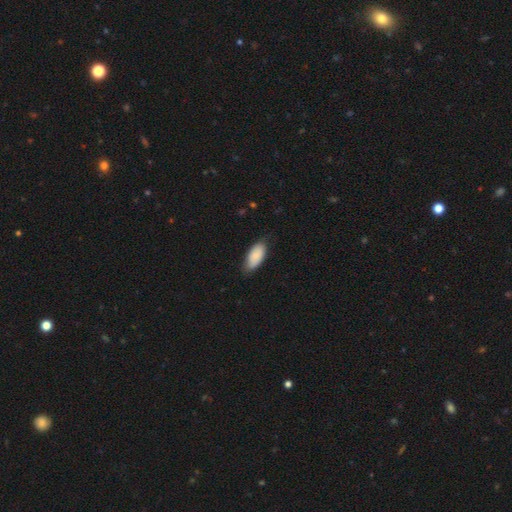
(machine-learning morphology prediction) smooth-or-featured: smooth: 85% | featured or disk: 9% | star or artifact: 6%
  how-rounded: in between: 90% | cigar-shaped: 8% | round: 2%
  merging: none: 71% | minor disturbance: 24% | major disturbance: 4% | merger: 1%